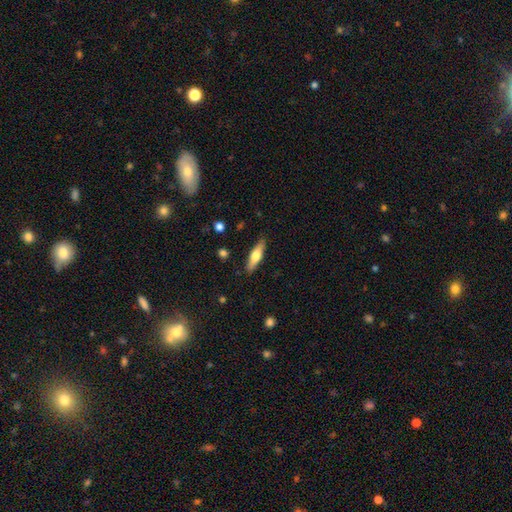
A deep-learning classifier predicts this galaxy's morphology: Overall: smooth (55%; featured or disk 39%). How rounded: cigar-shaped (64%; in between 34%). Merging: none (88%).